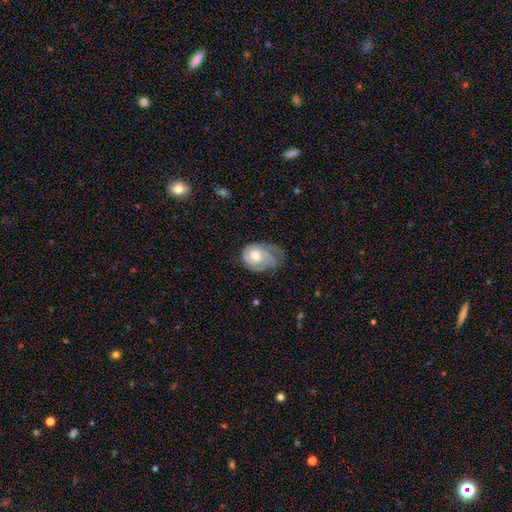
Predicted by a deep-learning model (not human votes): Smooth or featured? smooth (48%)
Merging? minor disturbance (38%)